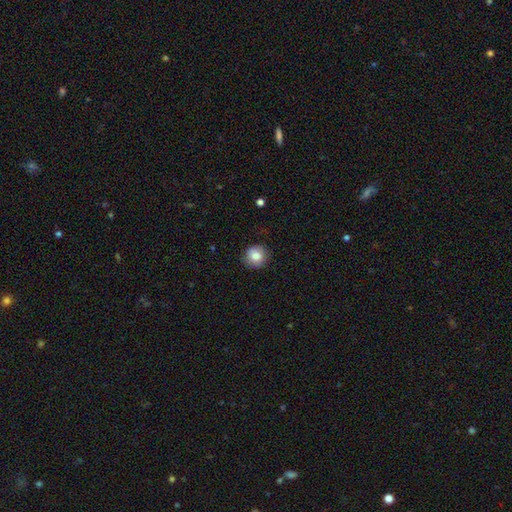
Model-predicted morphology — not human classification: Smooth or featured? Predicted: smooth (p=0.82). How rounded? Predicted: round (p=0.89). Merging? Predicted: none (p=0.83).